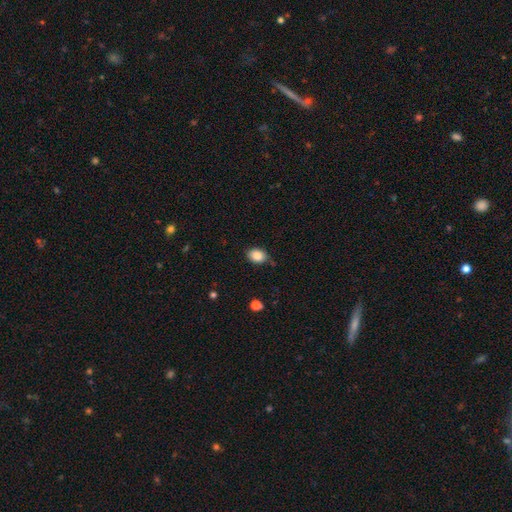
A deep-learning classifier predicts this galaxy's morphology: smooth-or-featured: smooth: 87% | star or artifact: 8% | featured or disk: 5%
  how-rounded: in between: 71% | round: 28% | cigar-shaped: 1%
  merging: none: 78% | minor disturbance: 17% | major disturbance: 3% | merger: 2%